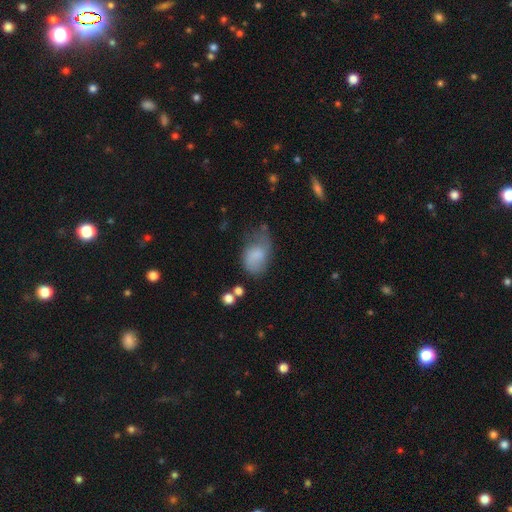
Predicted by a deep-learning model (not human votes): Smooth or featured? smooth (71%)
How rounded? in between (86%)
Merging? none (37%)